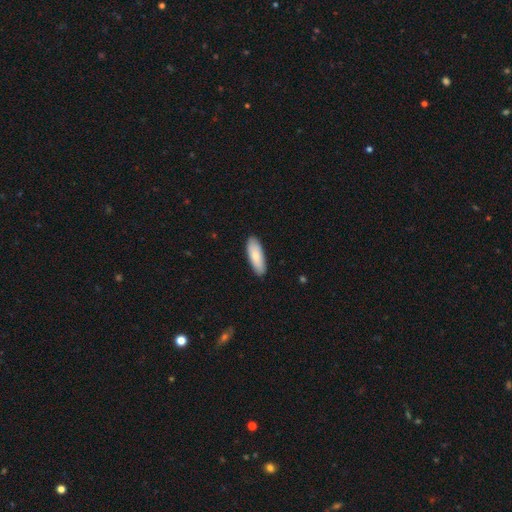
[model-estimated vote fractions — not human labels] smooth_or_featured: smooth (p=0.79) [alt: featured or disk p=0.15]
how_rounded: in between (p=0.67) [alt: cigar-shaped p=0.32]
merging: none (p=0.89) [alt: minor disturbance p=0.09]